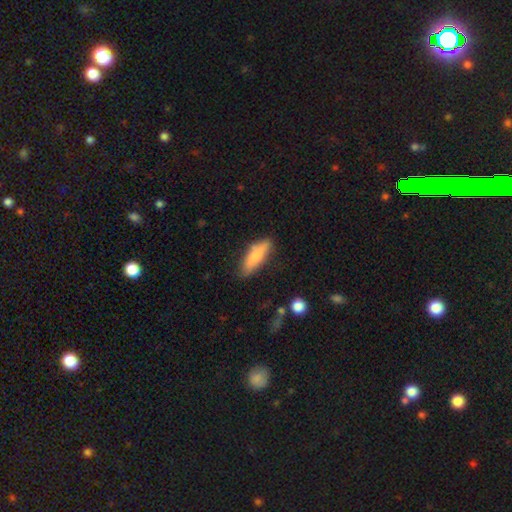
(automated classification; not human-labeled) Smooth or featured? smooth (76%)
How rounded? cigar-shaped (54%)
Merging? none (74%)